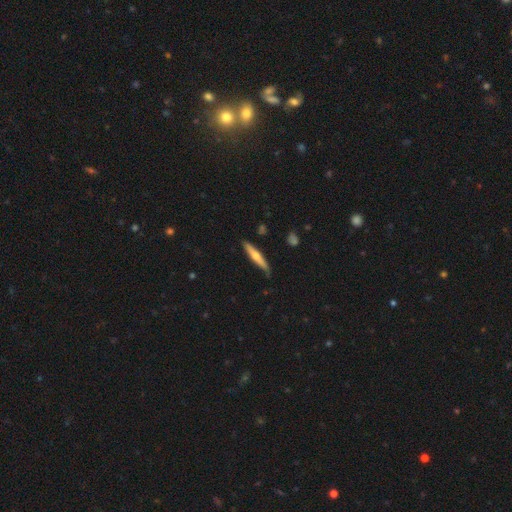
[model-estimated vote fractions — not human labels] Overall: featured or disk (48%; smooth 47%). Merging: none (82%).